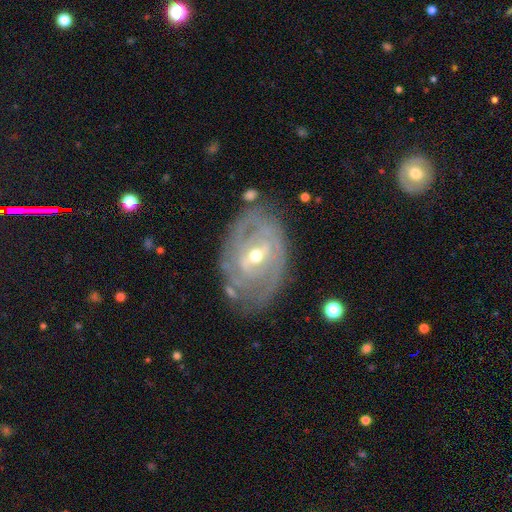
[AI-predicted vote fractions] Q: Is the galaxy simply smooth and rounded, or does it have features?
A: featured or disk — 86%.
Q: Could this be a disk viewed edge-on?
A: no — 95%.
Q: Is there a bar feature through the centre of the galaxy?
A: weak — 48%.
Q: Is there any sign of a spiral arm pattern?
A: yes — 87%.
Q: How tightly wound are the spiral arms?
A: tight — 72%.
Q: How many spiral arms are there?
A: can't tell — 39%.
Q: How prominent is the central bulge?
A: moderate — 54%.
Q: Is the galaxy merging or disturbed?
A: none — 72%.